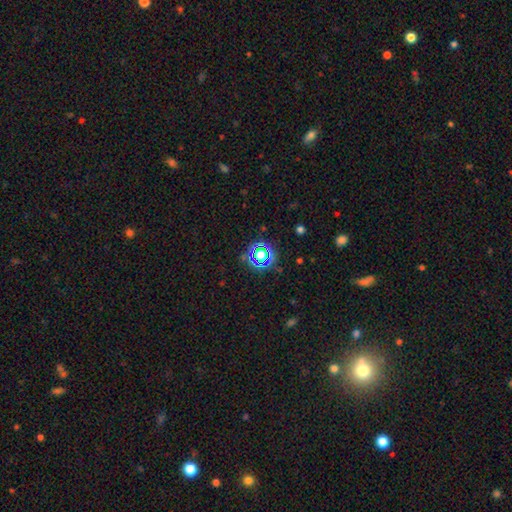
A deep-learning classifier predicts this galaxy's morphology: smooth-or-featured: star or artifact: 62% | smooth: 29% | featured or disk: 10%